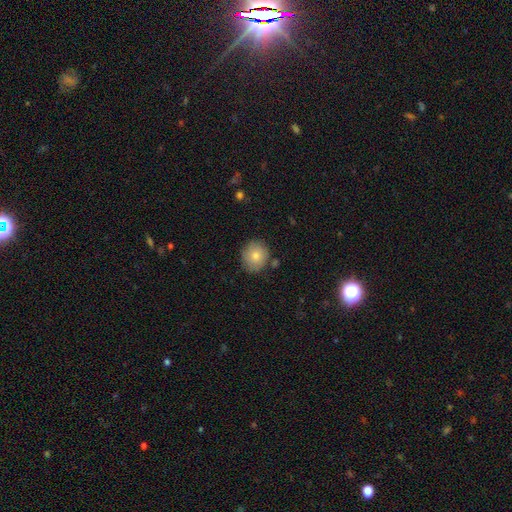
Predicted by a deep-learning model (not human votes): Smooth or featured? smooth (81%)
How rounded? round (81%)
Merging? none (81%)